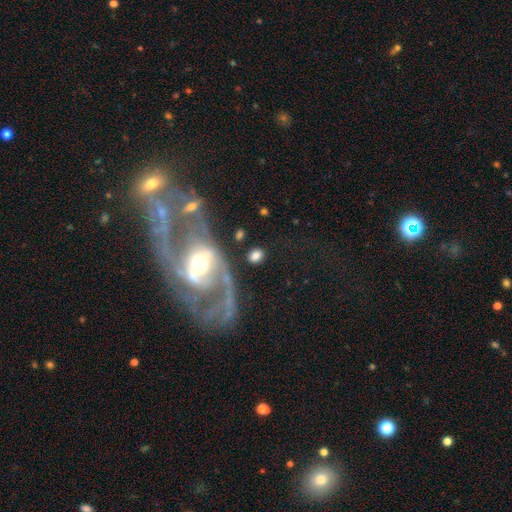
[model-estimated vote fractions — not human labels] Smooth or featured: smooth — 69% (featured or disk — 23%)
How rounded: in between — 51% (round — 46%)
Merging: none — 68% (minor disturbance — 12%)